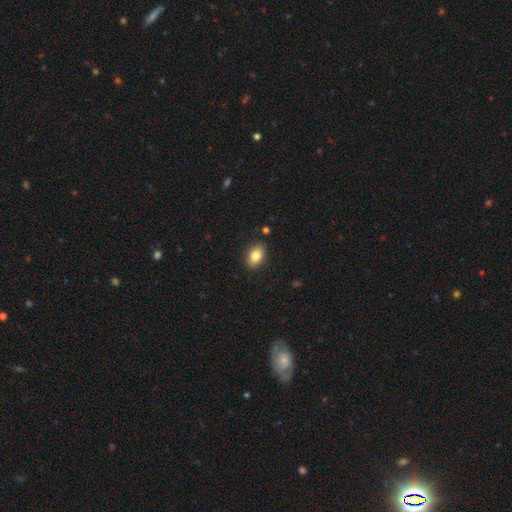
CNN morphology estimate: Overall: smooth (82%). How rounded: in between (87%). Merging: none (87%).